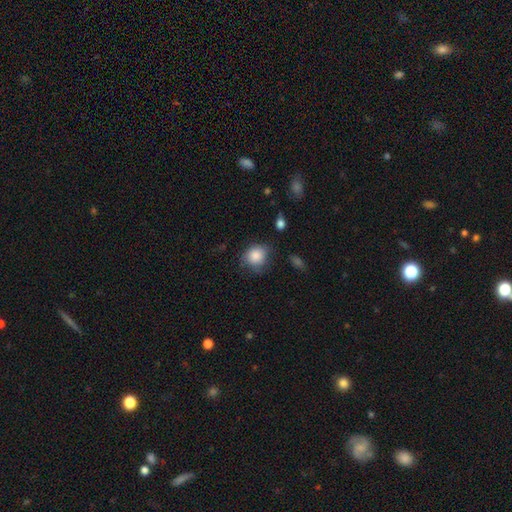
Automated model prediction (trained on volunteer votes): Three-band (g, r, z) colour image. It shows a smooth galaxy with no disk features (84%) that is round (78%). Merging: none (60%).